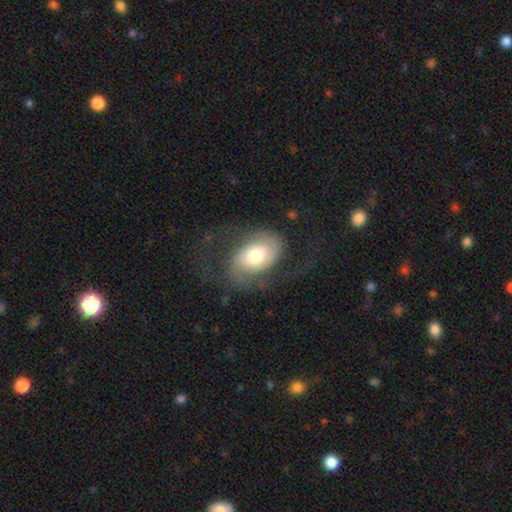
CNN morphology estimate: This is possibly a featured or disk galaxy (58%). It is clearly not viewed edge-on (95%). Bar: likely no (68%). Spiral arm pattern: clearly yes (83%). Central bulge: possibly moderate (58%). Merging: possibly none (53%).